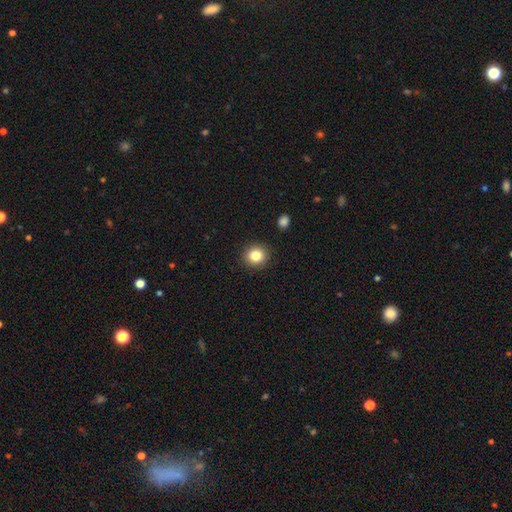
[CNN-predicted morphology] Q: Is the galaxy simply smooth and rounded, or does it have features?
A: smooth — 83%.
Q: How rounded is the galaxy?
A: round — 87%.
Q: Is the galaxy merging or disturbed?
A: none — 91%.